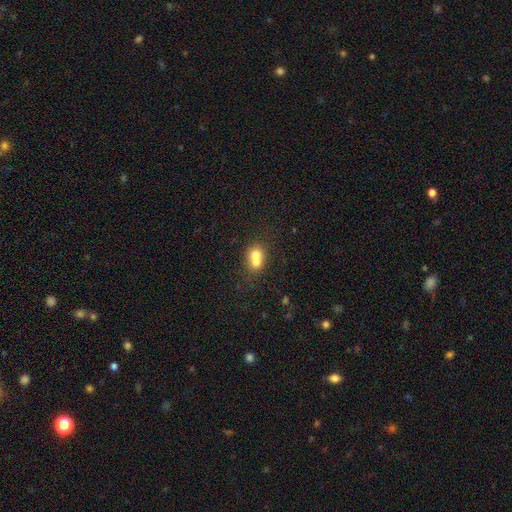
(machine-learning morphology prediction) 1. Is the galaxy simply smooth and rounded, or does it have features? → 68% smooth, 21% featured or disk, 11% star or artifact.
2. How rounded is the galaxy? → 59% round, 40% in between, 1% cigar-shaped.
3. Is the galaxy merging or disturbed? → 66% merger, 25% none, 6% minor disturbance, 3% major disturbance.